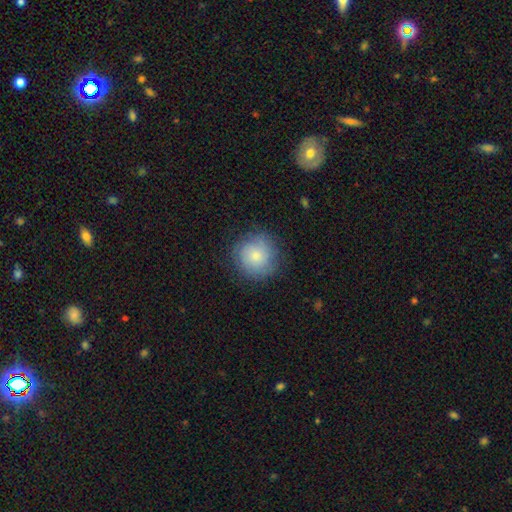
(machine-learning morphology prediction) Q: Smooth or featured?
A: smooth (77%); runner-up: featured or disk (15%)
Q: How rounded?
A: round (93%); runner-up: in between (6%)
Q: Merging?
A: none (80%); runner-up: minor disturbance (14%)